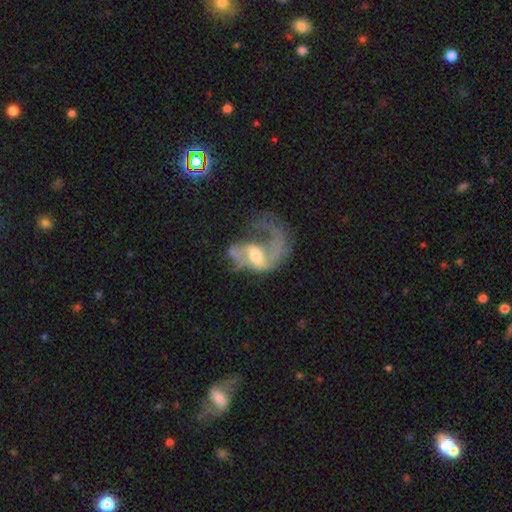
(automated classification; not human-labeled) Smooth or featured? featured or disk (78%)
Edge-on disk? no (97%)
Bar? weak (44%)
Spiral arms? yes (80%)
Spiral winding? loose (66%)
Spiral arm count? 1 (44%)
Bulge size? moderate (61%)
Merging? major disturbance (55%)